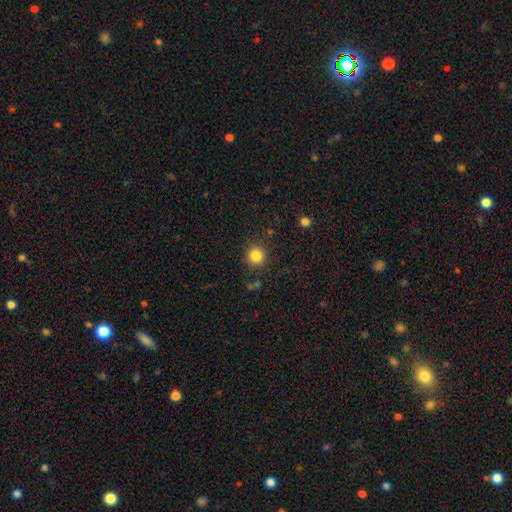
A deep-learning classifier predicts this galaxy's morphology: The model was most divided on "smooth or featured": smooth: 84%, star or artifact: 11%, featured or disk: 5%. More confident: how rounded — round (92%); merging — none (88%).